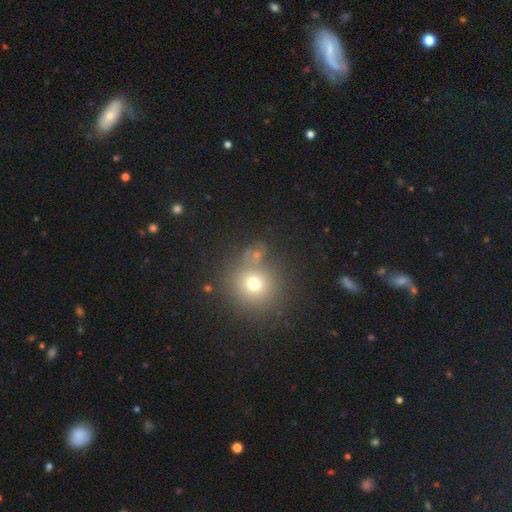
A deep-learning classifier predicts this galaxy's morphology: This is likely a smooth galaxy (64%). How rounded: clearly round (88%). Merging: likely none (70%).